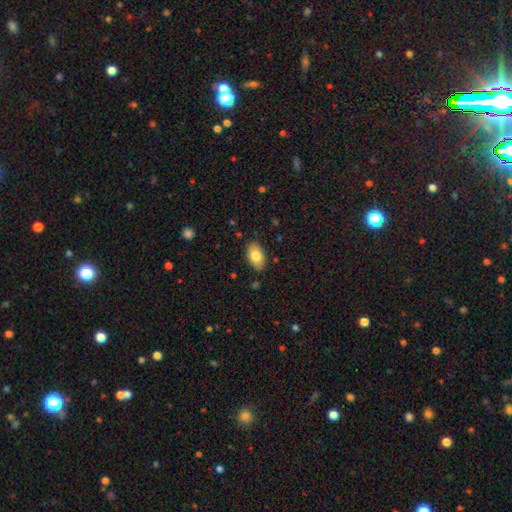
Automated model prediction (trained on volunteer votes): Smooth or featured? smooth (80%)
How rounded? in between (93%)
Merging? none (85%)